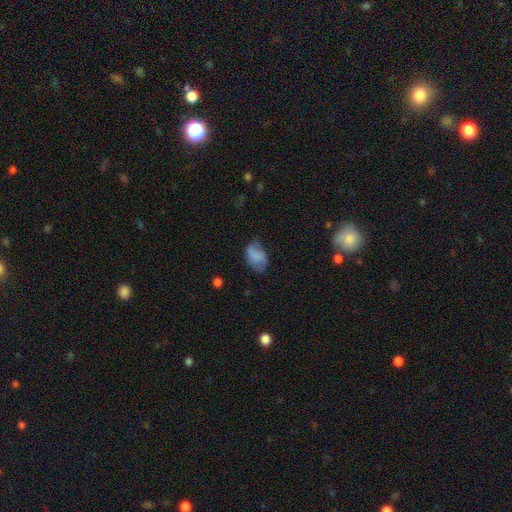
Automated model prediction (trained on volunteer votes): Smooth or featured? Predicted: smooth (p=0.62). How rounded? Predicted: in between (p=0.88). Merging? Predicted: none (p=0.49).